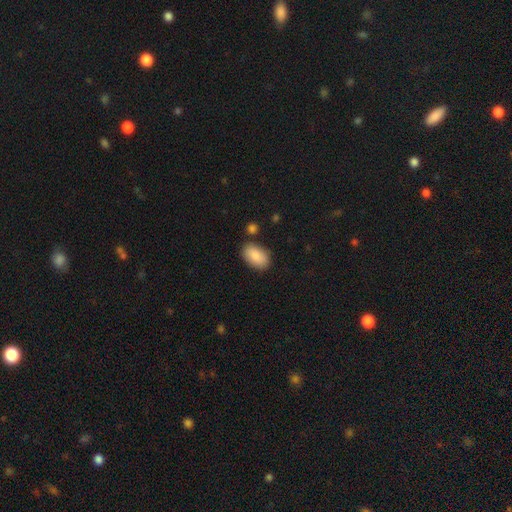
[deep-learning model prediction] smooth 88%, star or artifact 6%, featured or disk 5%. Down the decision tree: how rounded — in between (93%); merging — none (80%).